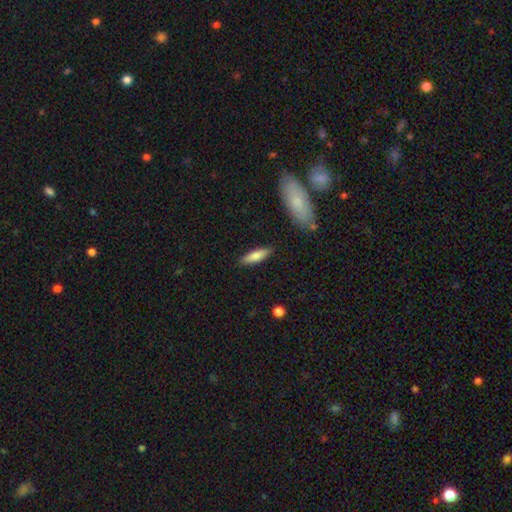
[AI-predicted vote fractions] The model was most divided on "how rounded": cigar-shaped: 60%, in between: 38%, round: 2%. More confident: merging — none (87%); smooth or featured — smooth (79%).